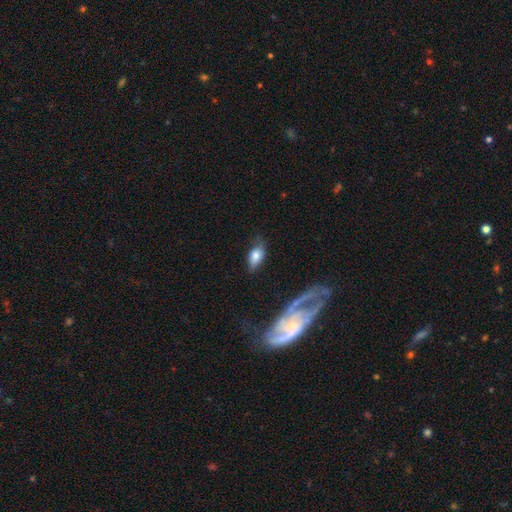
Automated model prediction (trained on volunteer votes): Smooth or featured? smooth (69%)
How rounded? in between (89%)
Merging? none (57%)